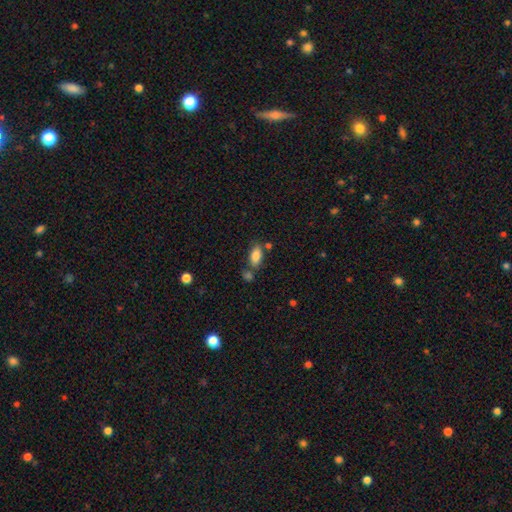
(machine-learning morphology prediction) Smooth or featured? Predicted: smooth (p=0.83). How rounded? Predicted: in between (p=0.89). Merging? Predicted: none (p=0.66).